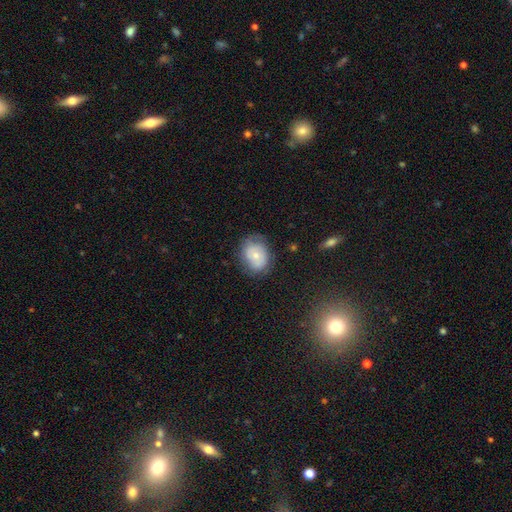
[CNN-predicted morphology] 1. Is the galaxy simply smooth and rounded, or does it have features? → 60% smooth, 32% featured or disk, 9% star or artifact.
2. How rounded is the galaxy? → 55% round, 44% in between, 1% cigar-shaped.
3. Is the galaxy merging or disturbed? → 68% none, 22% minor disturbance, 9% major disturbance, 1% merger.